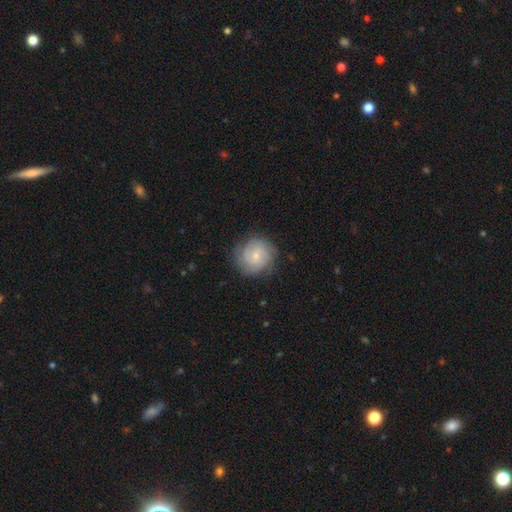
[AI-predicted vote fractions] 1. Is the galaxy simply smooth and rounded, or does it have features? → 59% featured or disk, 34% smooth, 7% star or artifact.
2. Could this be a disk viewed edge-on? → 98% no, 2% yes.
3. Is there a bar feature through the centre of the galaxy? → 59% no, 36% weak, 5% strong.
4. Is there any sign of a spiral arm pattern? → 90% yes, 10% no.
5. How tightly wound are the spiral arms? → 61% tight, 30% medium, 9% loose.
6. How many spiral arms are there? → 35% 2, 34% can't tell, 16% 3, 5% 4, 5% 1, 4% more than 4.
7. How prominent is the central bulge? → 65% small, 29% moderate, 3% none, 2% large, 1% dominant.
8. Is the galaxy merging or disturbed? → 78% none, 15% minor disturbance, 5% major disturbance, 1% merger.